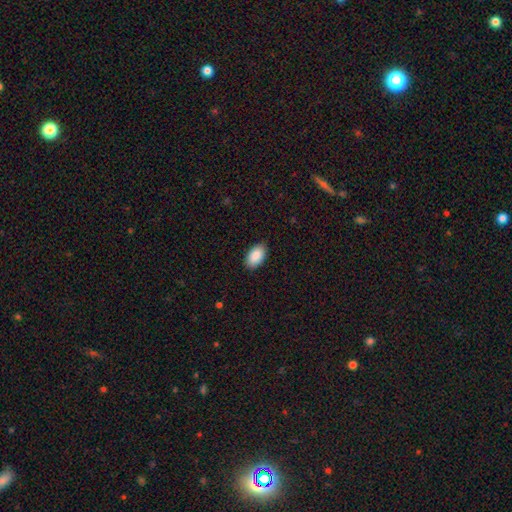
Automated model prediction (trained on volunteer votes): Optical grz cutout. It shows a smooth galaxy with no disk features (91%) that is in between round and cigar-shaped (95%). Merging: none (87%).